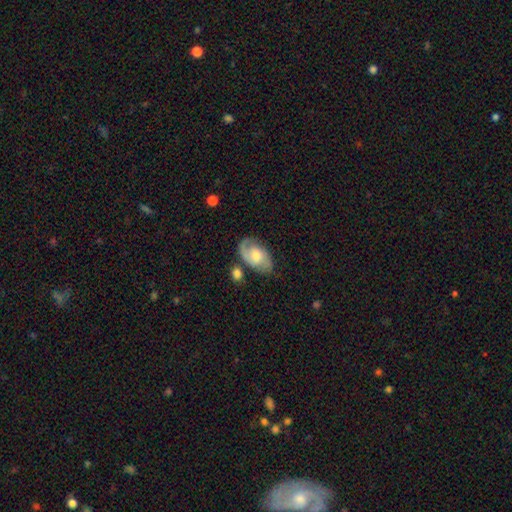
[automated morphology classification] Q: Smooth or featured?
A: featured or disk (71%); runner-up: smooth (23%)
Q: Edge-on disk?
A: no (96%); runner-up: yes (4%)
Q: Bar?
A: no (63%); runner-up: weak (32%)
Q: Spiral arms?
A: yes (91%); runner-up: no (9%)
Q: Spiral winding?
A: medium (47%); runner-up: tight (33%)
Q: Spiral arm count?
A: 2 (70%); runner-up: 1 (16%)
Q: Bulge size?
A: moderate (60%); runner-up: small (31%)
Q: Merging?
A: none (66%); runner-up: minor disturbance (19%)